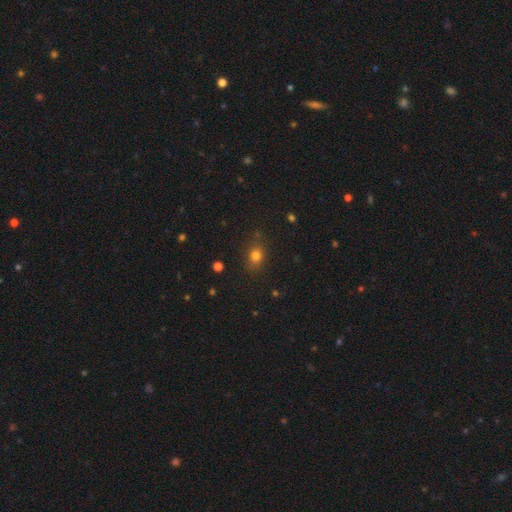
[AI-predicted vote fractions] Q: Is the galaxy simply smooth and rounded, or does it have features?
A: smooth — 77%.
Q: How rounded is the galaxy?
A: round — 50%.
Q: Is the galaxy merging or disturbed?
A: none — 81%.